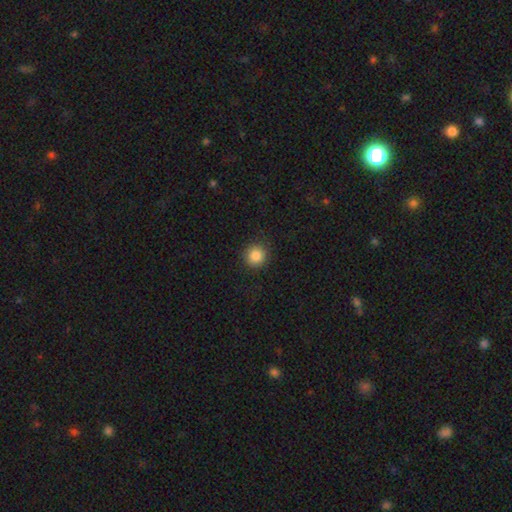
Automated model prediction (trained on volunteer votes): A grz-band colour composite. It shows a smooth galaxy with no disk features (86%) that is round (93%). Merging: none (91%).